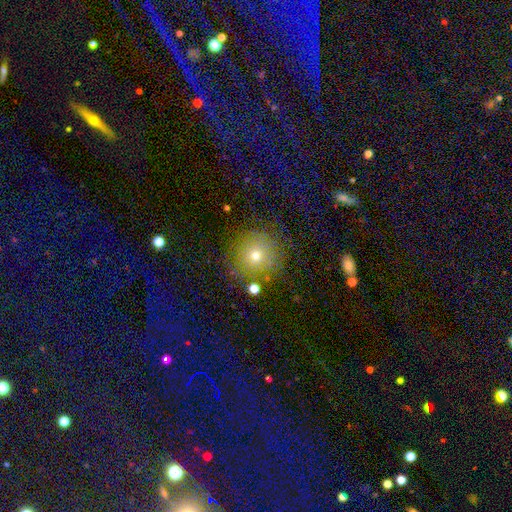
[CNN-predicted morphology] Smooth or featured? Predicted: smooth (p=0.63). How rounded? Predicted: round (p=0.91). Merging? Predicted: none (p=0.74).